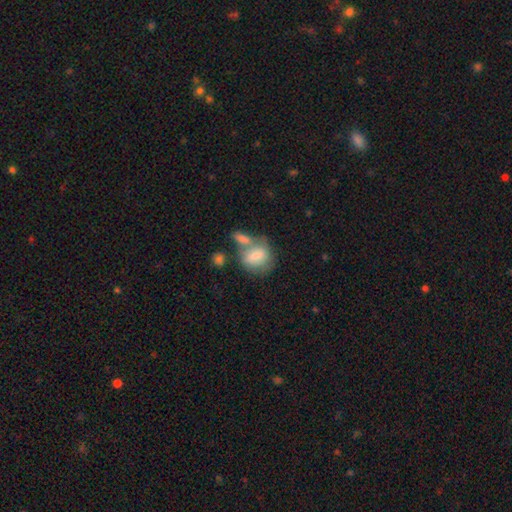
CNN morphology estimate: smooth-or-featured: smooth: 73% | featured or disk: 21% | star or artifact: 7%
  how-rounded: round: 53% | in between: 45% | cigar-shaped: 2%
  merging: merger: 43% | none: 36% | minor disturbance: 14% | major disturbance: 7%